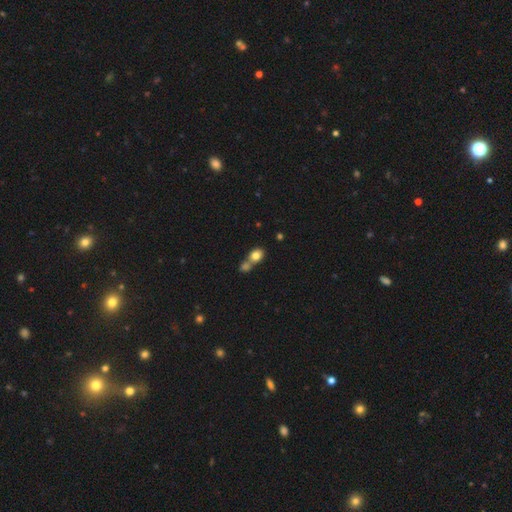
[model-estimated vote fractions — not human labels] A smooth galaxy with no disk features (80%) that is in between round and cigar-shaped (52%).

Vote fractions:
- Smooth or featured? smooth: 80% / featured or disk: 10% / star or artifact: 9%
- How rounded? in between: 52% / round: 46% / cigar-shaped: 2%
- Merging? merger: 57% / none: 32% / minor disturbance: 7% / major disturbance: 3%